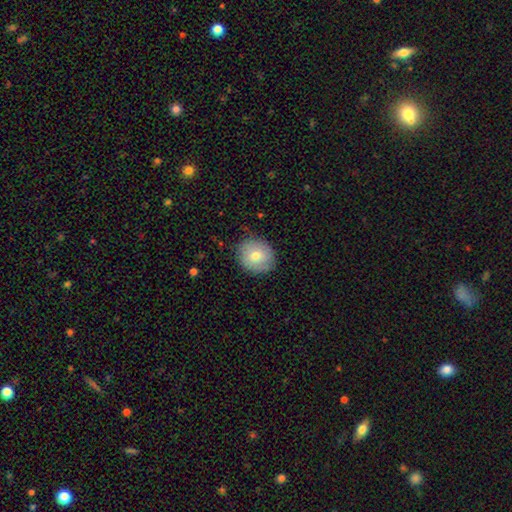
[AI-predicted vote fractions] smooth 70%, featured or disk 22%, star or artifact 8%. Down the decision tree: how rounded — round (76%); merging — none (82%).